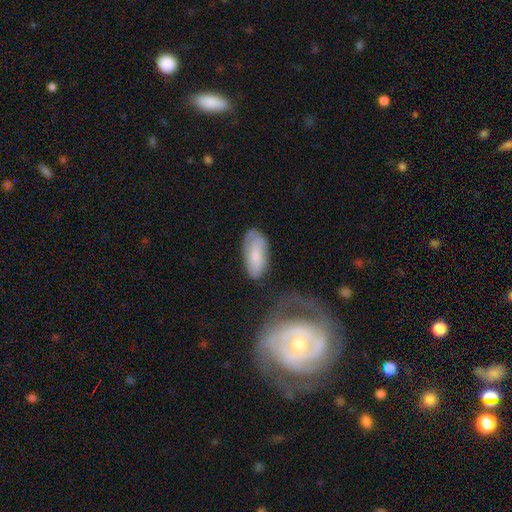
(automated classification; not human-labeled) Smooth or featured? smooth (72%)
How rounded? in between (86%)
Merging? none (61%)